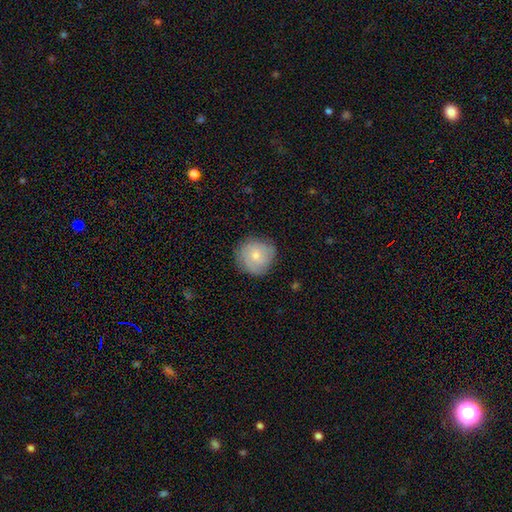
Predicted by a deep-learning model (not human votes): The model was most divided on "smooth or featured": smooth: 63%, featured or disk: 30%, star or artifact: 7%. More confident: how rounded — round (91%); merging — none (77%).